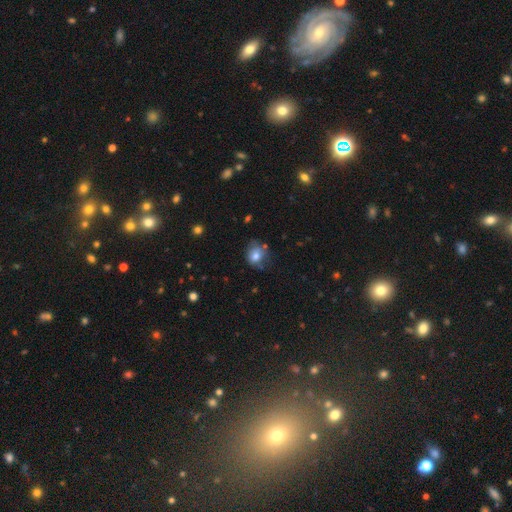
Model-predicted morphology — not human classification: This is likely a smooth galaxy (74%). How rounded: possibly round (59%). Merging: possibly none (56%).